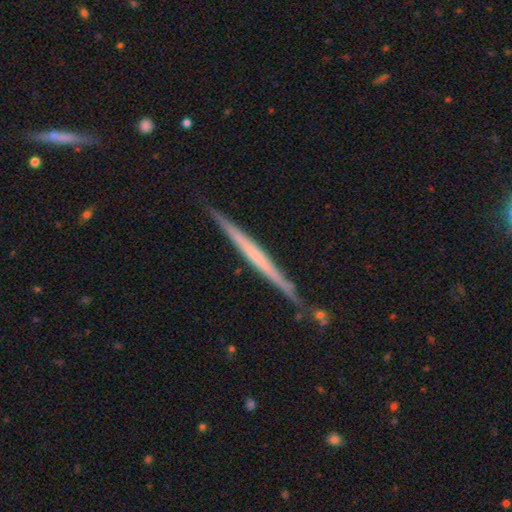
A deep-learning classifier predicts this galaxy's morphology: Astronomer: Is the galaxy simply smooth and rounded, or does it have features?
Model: featured or disk — 62%.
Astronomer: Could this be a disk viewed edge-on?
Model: yes — 98%.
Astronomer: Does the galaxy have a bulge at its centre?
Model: none — 84%.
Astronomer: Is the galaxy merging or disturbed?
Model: none — 87%.